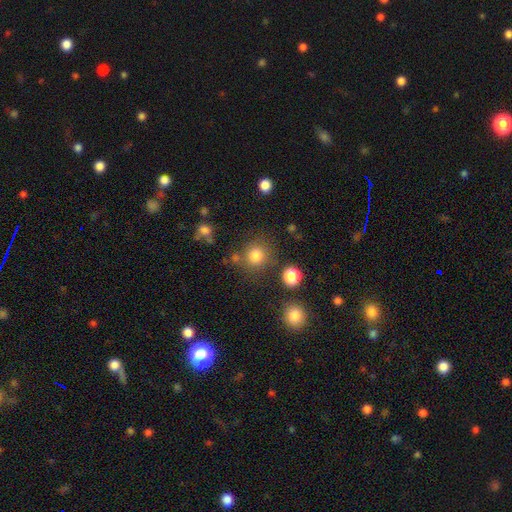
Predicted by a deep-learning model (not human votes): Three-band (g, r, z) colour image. It shows a smooth galaxy with no disk features (81%) that is round (90%). Merging: none (77%).